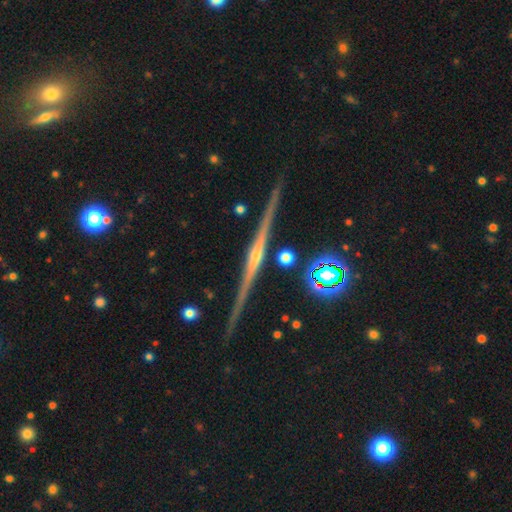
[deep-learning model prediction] smooth_or_featured: featured or disk (p=0.86) [alt: star or artifact p=0.08]
disk_edge_on: yes (p=0.98) [alt: no p=0.02]
edge_on_bulge: rounded (p=0.75) [alt: none p=0.17]
merging: none (p=0.90) [alt: minor disturbance p=0.06]